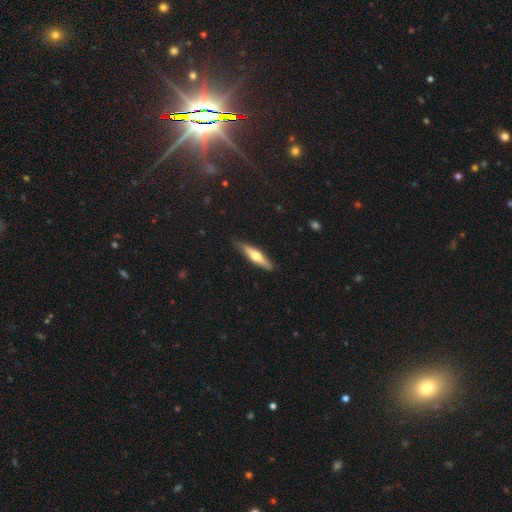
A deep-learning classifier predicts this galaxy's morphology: A featured or disk galaxy (52%) viewed edge-on (92%). Merging: none (86%).